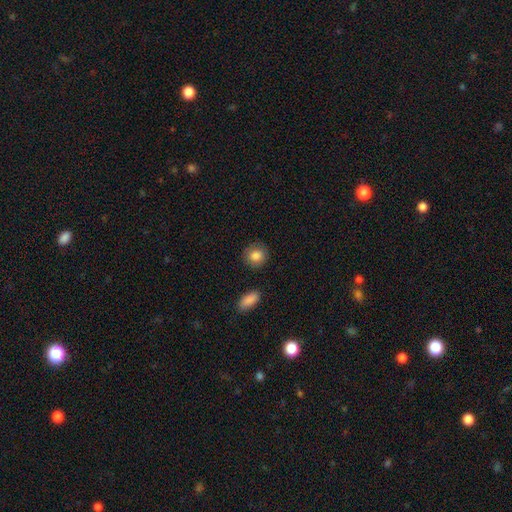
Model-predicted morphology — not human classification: A smooth galaxy with no disk features (86%) that is round (83%). Merging: none (84%).